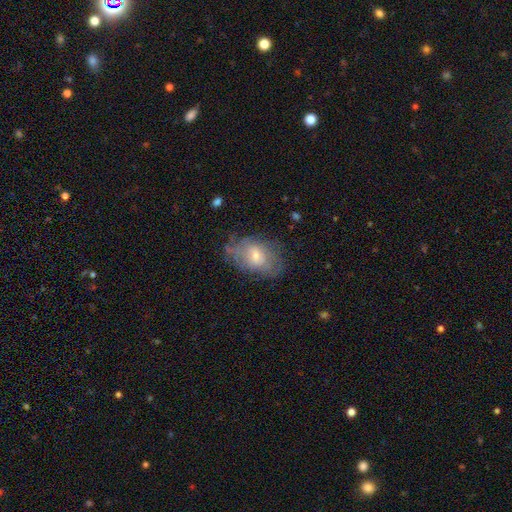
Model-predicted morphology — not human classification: Smooth or featured? Predicted: featured or disk (p=0.51). Edge-on disk? Predicted: no (p=0.94). Merging? Predicted: none (p=0.59).